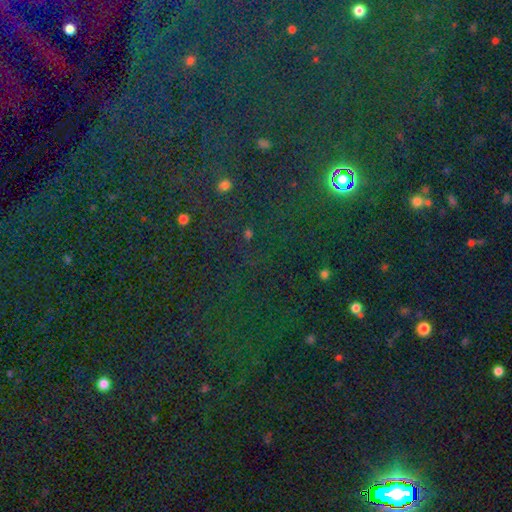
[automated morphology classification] This is clearly a star or artifact rather than a galaxy (80%).